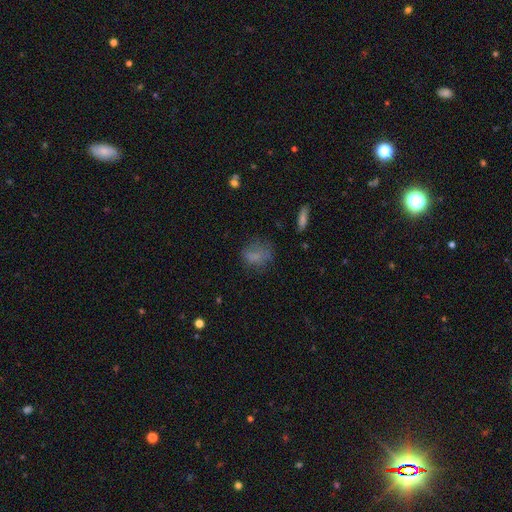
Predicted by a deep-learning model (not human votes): The model was most divided on "how rounded": in between: 55%, round: 42%, cigar-shaped: 3%. More confident: smooth or featured — smooth (67%); merging — none (51%).